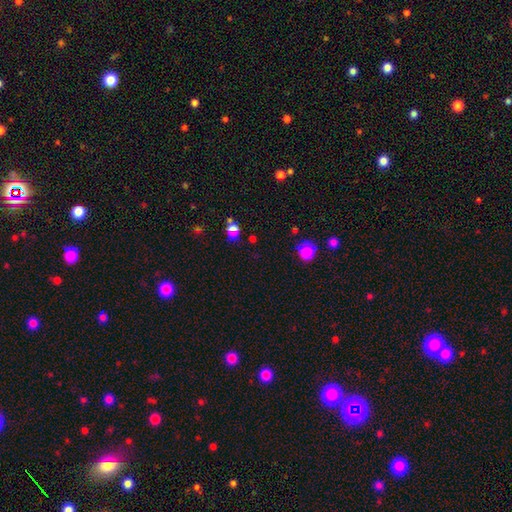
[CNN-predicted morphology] A star or artifact, not a galaxy (48%).

Vote fractions:
- Smooth or featured? star or artifact: 48% / smooth: 45% / featured or disk: 7%